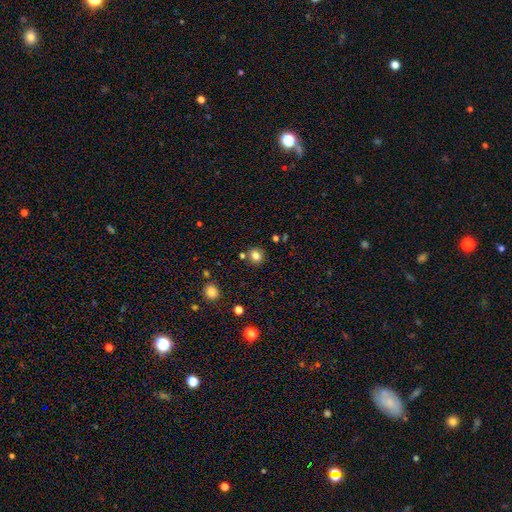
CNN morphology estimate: A smooth galaxy with no disk features (80%) that is round (89%). Merging: none (84%).